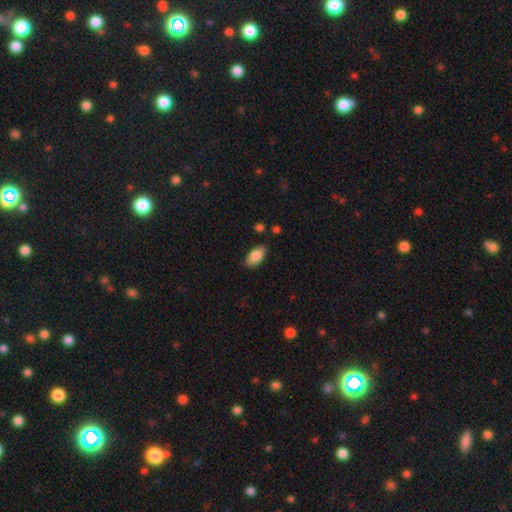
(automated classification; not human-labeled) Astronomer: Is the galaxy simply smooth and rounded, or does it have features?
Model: smooth — 83%.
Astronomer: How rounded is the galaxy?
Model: in between — 91%.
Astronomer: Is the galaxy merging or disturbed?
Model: none — 84%.